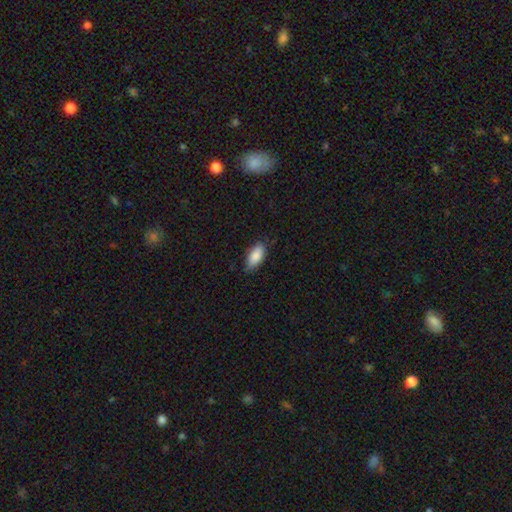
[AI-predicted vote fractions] A smooth galaxy with no disk features (88%) that is in between round and cigar-shaped (87%).

Vote fractions:
- Smooth or featured? smooth: 88% / star or artifact: 6% / featured or disk: 6%
- How rounded? in between: 87% / cigar-shaped: 11% / round: 2%
- Merging? none: 76% / minor disturbance: 20% / major disturbance: 3% / merger: 1%